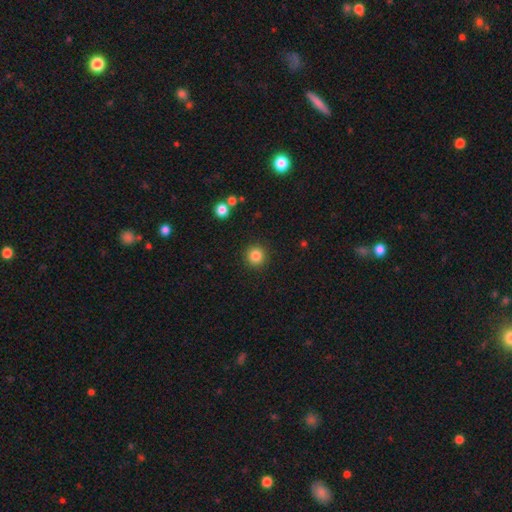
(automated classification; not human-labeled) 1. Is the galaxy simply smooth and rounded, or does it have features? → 84% smooth, 11% star or artifact, 5% featured or disk.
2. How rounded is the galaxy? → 95% round, 5% in between, 1% cigar-shaped.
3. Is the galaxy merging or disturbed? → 92% none, 5% minor disturbance, 2% major disturbance, 1% merger.